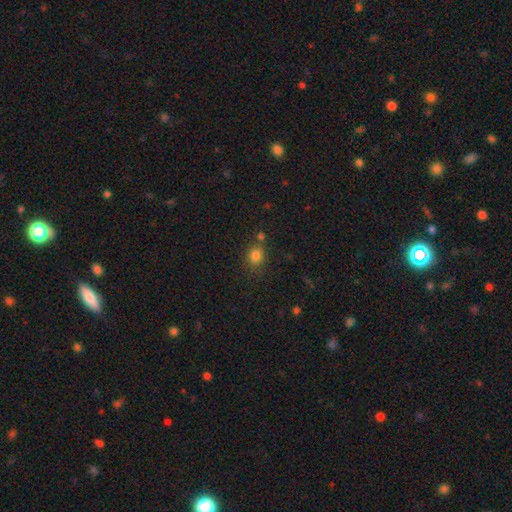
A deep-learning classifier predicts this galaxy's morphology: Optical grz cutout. It shows a smooth galaxy with no disk features (81%) that is round (57%). Merging: none (68%).